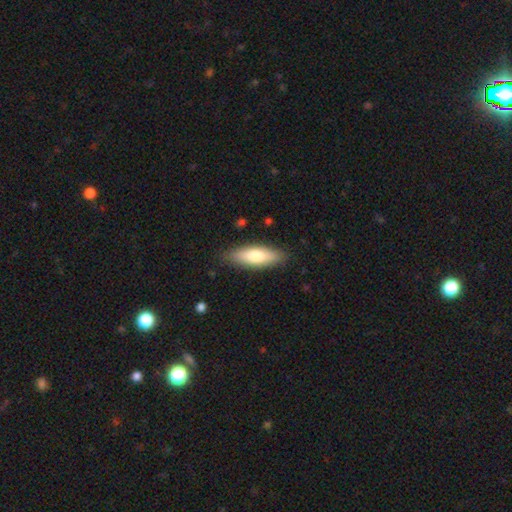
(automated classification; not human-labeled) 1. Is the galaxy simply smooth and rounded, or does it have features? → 74% smooth, 21% featured or disk, 5% star or artifact.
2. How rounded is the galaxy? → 55% in between, 43% cigar-shaped, 2% round.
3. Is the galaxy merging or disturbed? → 85% none, 11% minor disturbance, 2% major disturbance, 1% merger.